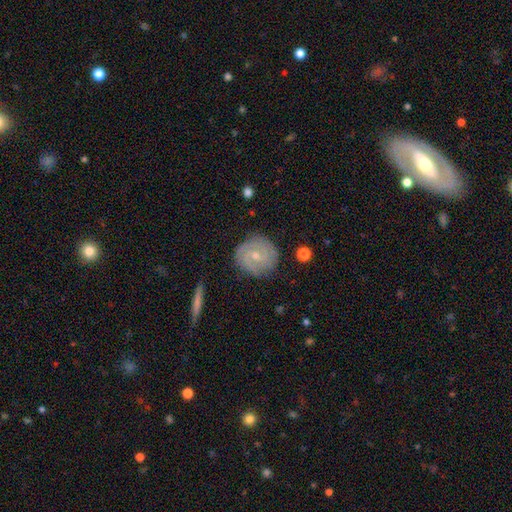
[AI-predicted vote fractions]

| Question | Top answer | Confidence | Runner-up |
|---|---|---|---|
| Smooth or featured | featured or disk | 78% | smooth (16%) |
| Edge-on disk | no | 97% | yes (3%) |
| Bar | no | 51% | weak (41%) |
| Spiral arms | yes | 94% | no (6%) |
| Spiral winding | tight | 66% | medium (27%) |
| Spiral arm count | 2 | 55% | can't tell (19%) |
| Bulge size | small | 62% | moderate (34%) |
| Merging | none | 83% | minor disturbance (13%) |